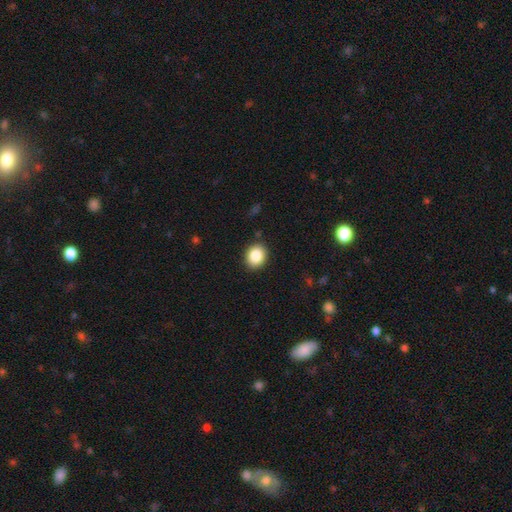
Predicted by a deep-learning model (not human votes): Smooth or featured: smooth — 86% (star or artifact — 8%)
How rounded: round — 59% (in between — 40%)
Merging: none — 89% (minor disturbance — 8%)